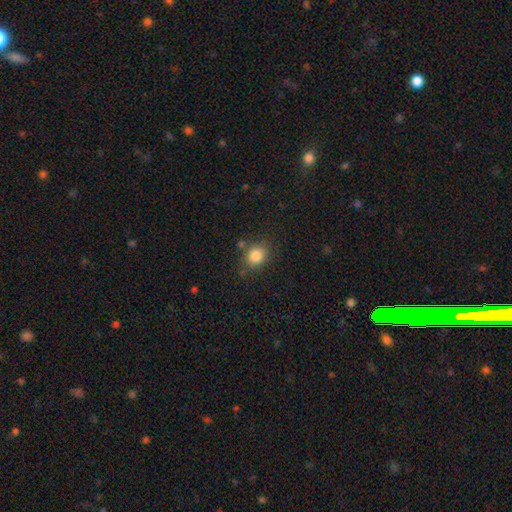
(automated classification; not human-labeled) This is clearly a smooth galaxy (84%). How rounded: likely round (63%). Merging: likely none (76%).